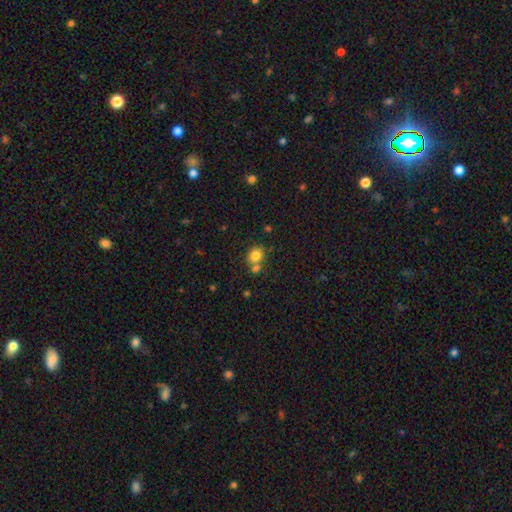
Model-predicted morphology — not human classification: This appears to be a smooth galaxy with no disk features (81%) that is round (70%). Merging: none (55%).